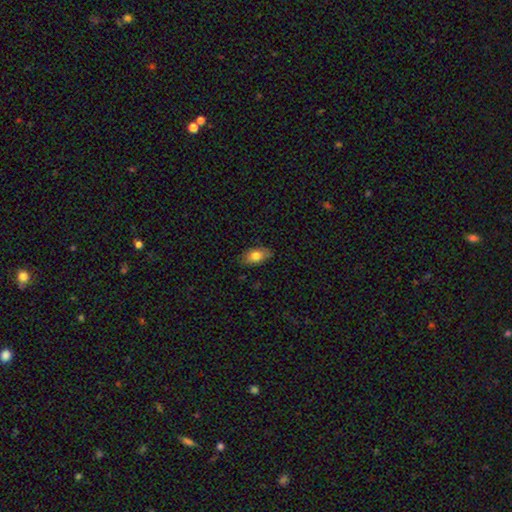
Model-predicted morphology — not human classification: This is likely a smooth galaxy (77%). How rounded: clearly in between (89%). Merging: clearly none (81%).